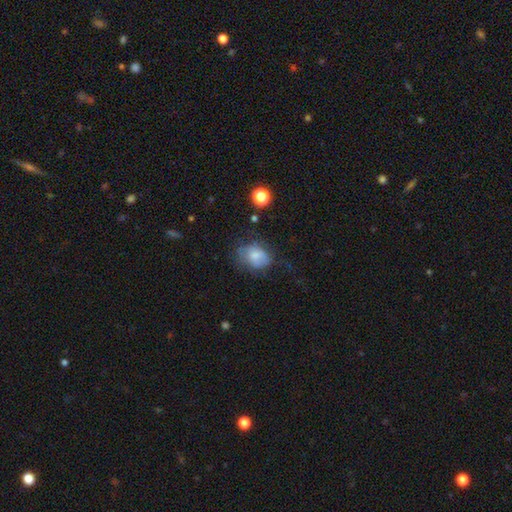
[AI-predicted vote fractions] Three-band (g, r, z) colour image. It shows a smooth galaxy with no disk features (69%) that is in between round and cigar-shaped (67%). Merging: none (50%).